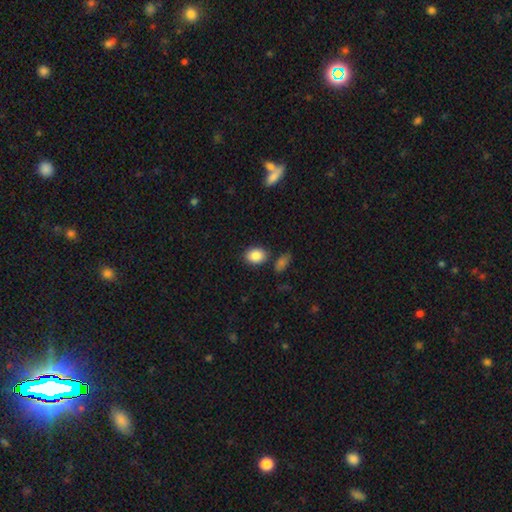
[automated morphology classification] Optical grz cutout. It shows a smooth galaxy with no disk features (86%) that is in between round and cigar-shaped (66%). Merging: none (80%).